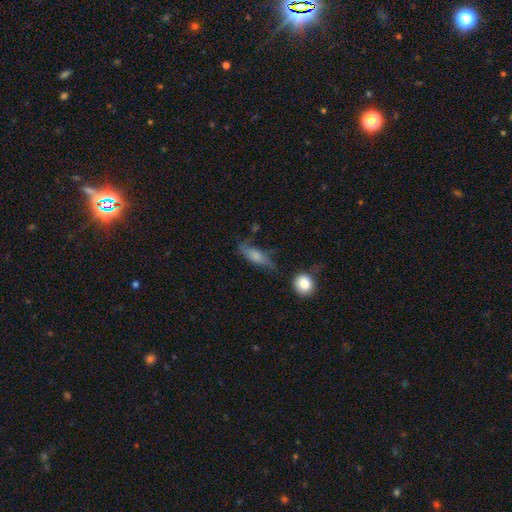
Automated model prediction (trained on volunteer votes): The model was most divided on "how rounded": in between: 50%, cigar-shaped: 44%, round: 5%. More confident: smooth or featured — smooth (65%); merging — none (57%).